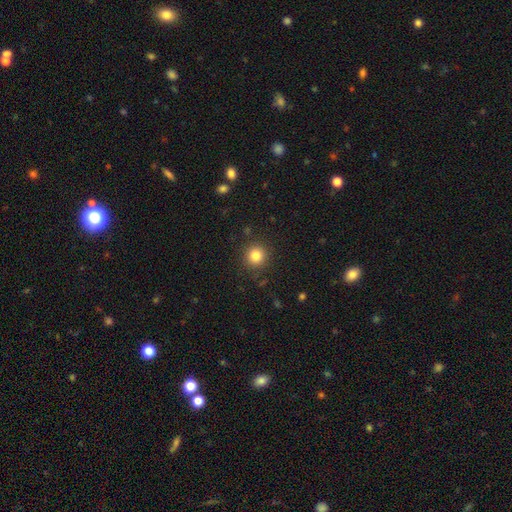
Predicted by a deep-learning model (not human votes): A smooth galaxy with no disk features (82%) that is round (93%). Merging: none (89%).